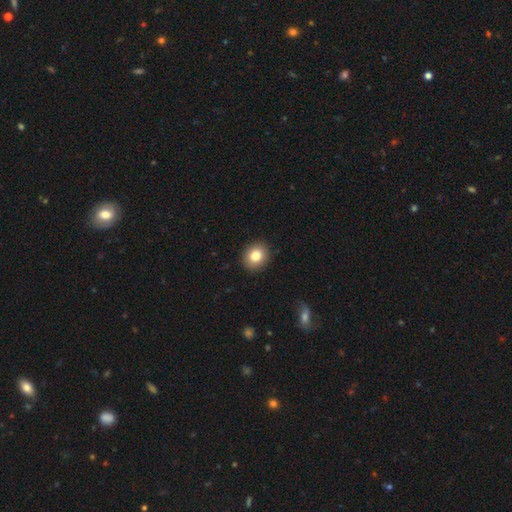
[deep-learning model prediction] Morphology: type=smooth (81%); roundness=round (75%); merging=none (91%).